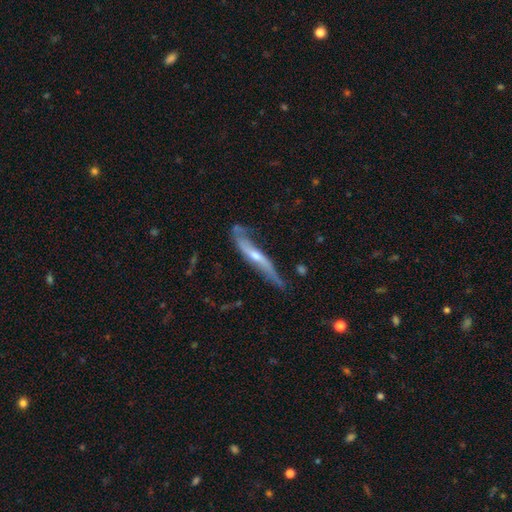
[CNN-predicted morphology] Smooth or featured: featured or disk — 72% (smooth — 22%)
Edge-on disk: yes — 74% (no — 26%)
Edge-on bulge: rounded — 71% (none — 23%)
Merging: none — 55% (minor disturbance — 31%)